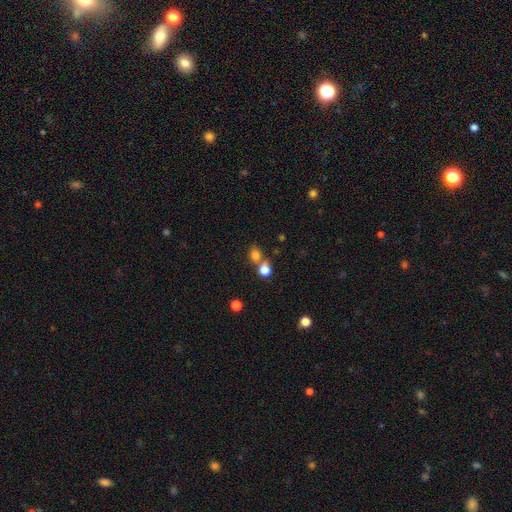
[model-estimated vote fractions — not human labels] Smooth or featured?
  - smooth: 78% *
  - star or artifact: 14%
  - featured or disk: 7%
How rounded?
  - round: 64% *
  - in between: 35%
  - cigar-shaped: 1%
Merging?
  - none: 46% *
  - merger: 41%
  - minor disturbance: 8%
  - major disturbance: 4%